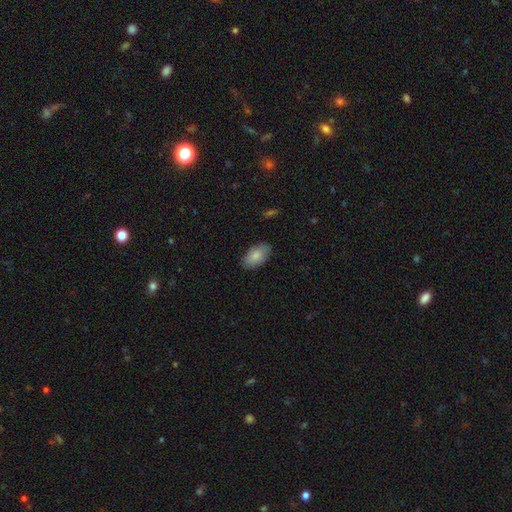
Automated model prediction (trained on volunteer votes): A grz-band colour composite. It shows a smooth galaxy with no disk features (84%) that is in between round and cigar-shaped (94%). Merging: none (84%).